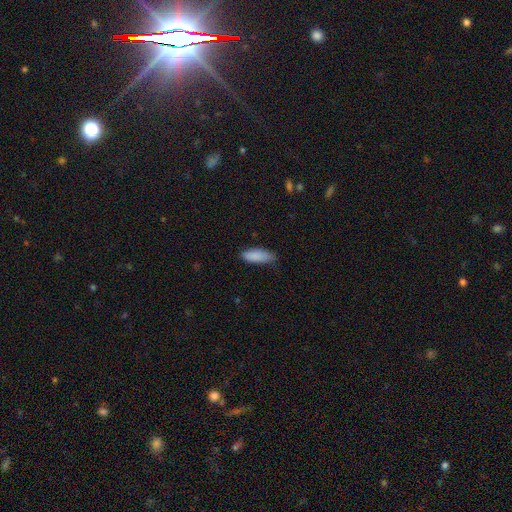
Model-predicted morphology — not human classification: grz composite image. It shows a smooth galaxy with no disk features (88%) that is in between round and cigar-shaped (68%). Merging: none (69%).